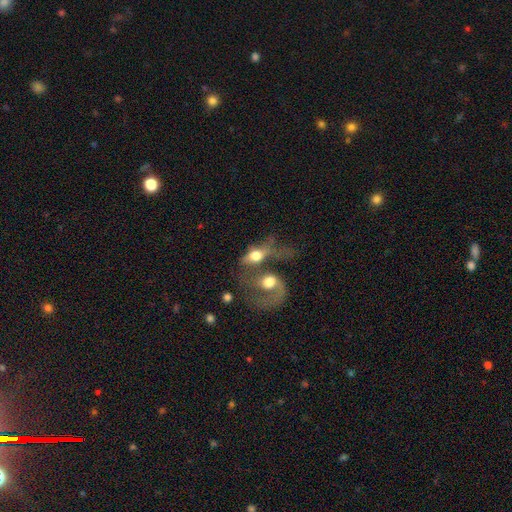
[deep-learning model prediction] Q: Smooth or featured?
A: smooth (45%); tied with: featured or disk (45%)
Q: Merging?
A: merger (67%); runner-up: major disturbance (16%)